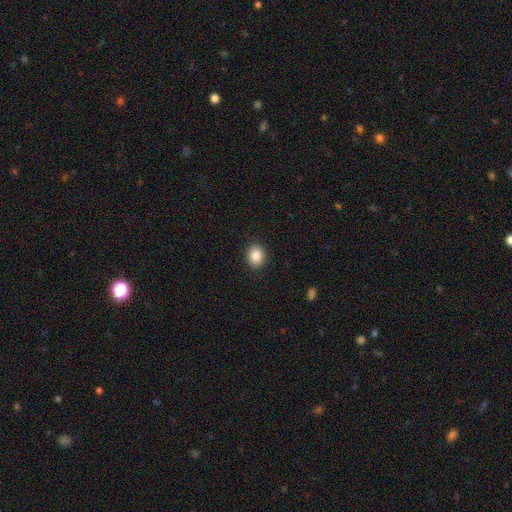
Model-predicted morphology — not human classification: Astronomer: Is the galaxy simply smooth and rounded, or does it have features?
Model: smooth — 88%.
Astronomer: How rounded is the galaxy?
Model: round — 51% (runner-up: in between, 48%).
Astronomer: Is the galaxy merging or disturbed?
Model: none — 90%.